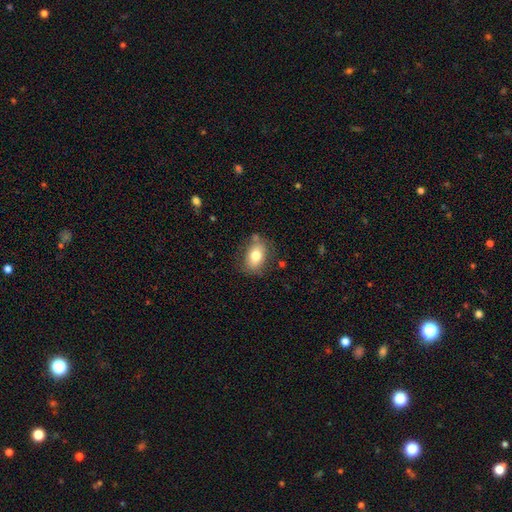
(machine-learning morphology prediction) Q: Smooth or featured?
A: smooth (77%); runner-up: featured or disk (15%)
Q: How rounded?
A: in between (81%); runner-up: round (17%)
Q: Merging?
A: none (74%); runner-up: minor disturbance (17%)